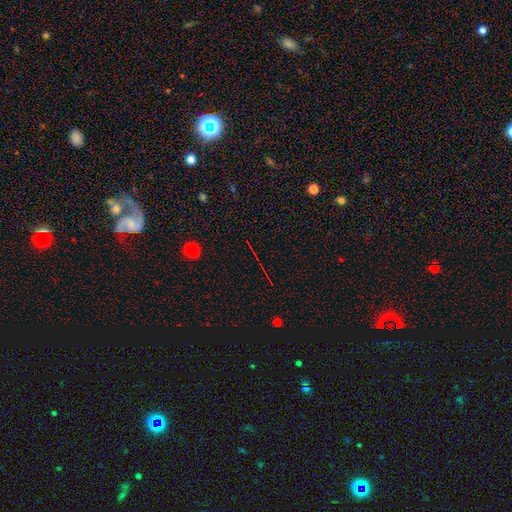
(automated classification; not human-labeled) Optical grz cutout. It shows a star or artifact, not a galaxy (71%).